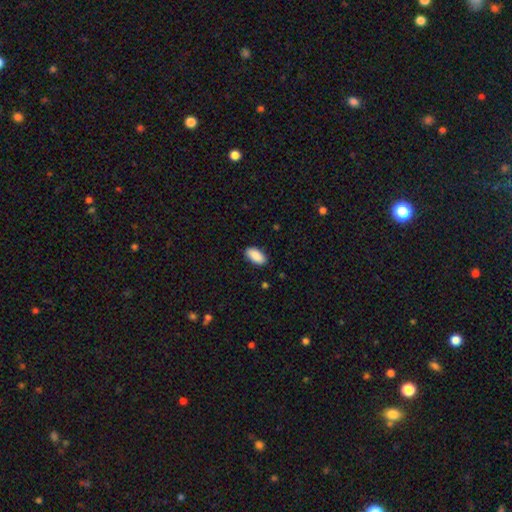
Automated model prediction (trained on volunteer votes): Overall: smooth (90%). How rounded: in between (92%). Merging: none (88%).